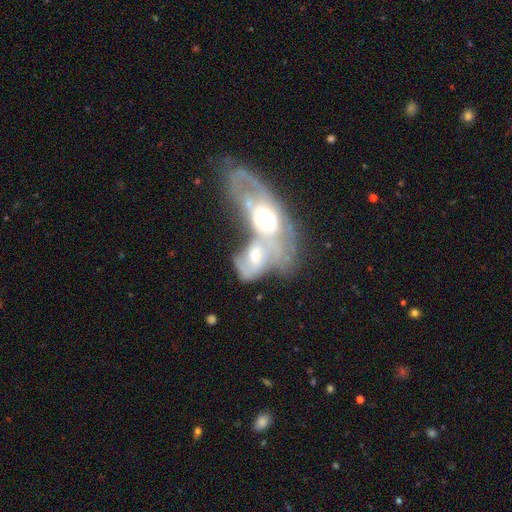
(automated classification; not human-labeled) The model was most divided on "spiral arms": yes: 67%, no: 33%. More confident: edge-on disk — no (93%); merging — merger (76%); smooth or featured — featured or disk (66%); bulge size — moderate (66%); bar — no (65%).